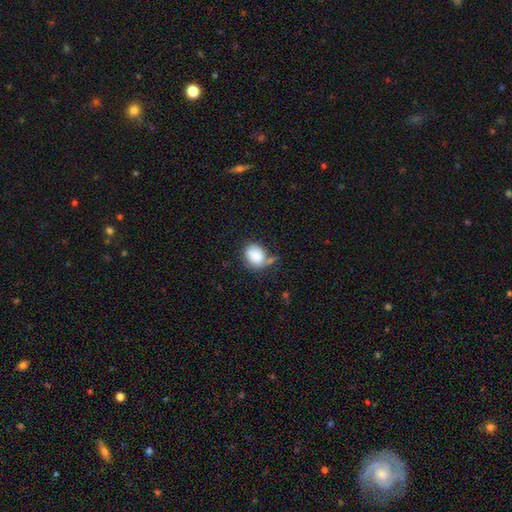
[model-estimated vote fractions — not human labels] A smooth galaxy with no disk features (84%) that is in between round and cigar-shaped (55%). Merging: none (48%).